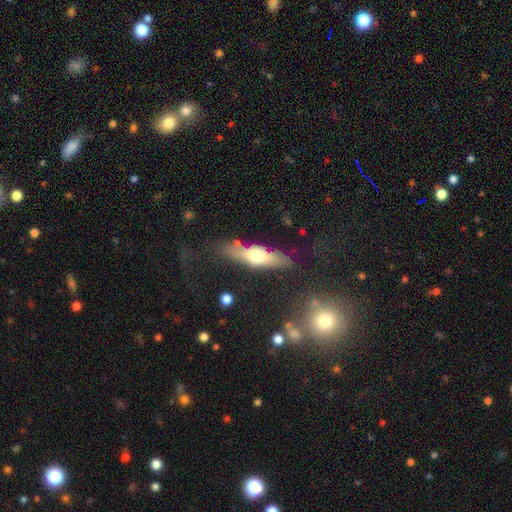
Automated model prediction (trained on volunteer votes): smooth 50%, featured or disk 43%, star or artifact 7%. Down the decision tree: how rounded — cigar-shaped (58%); merging — none (76%).